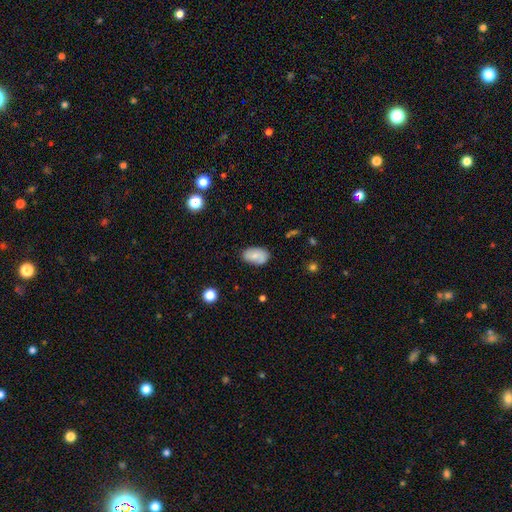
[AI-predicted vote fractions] A smooth galaxy with no disk features (71%) that is in between round and cigar-shaped (91%). Merging: none (72%).